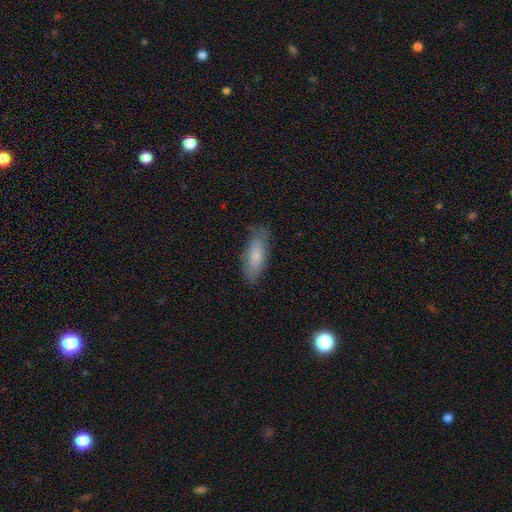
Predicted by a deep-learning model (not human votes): Morphology: type=smooth (75%); roundness=in between (66%); merging=none (74%).